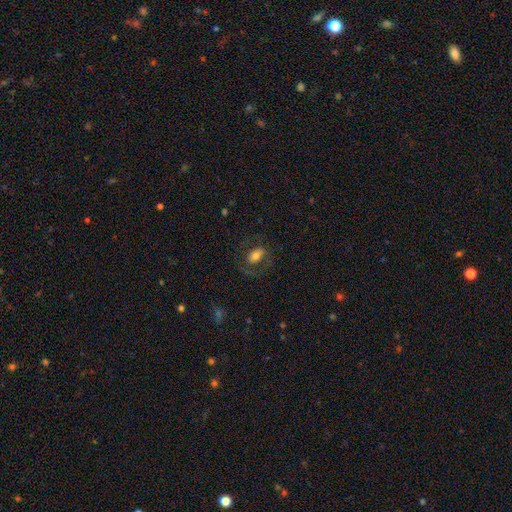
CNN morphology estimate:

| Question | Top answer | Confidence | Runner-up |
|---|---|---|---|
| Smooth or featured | smooth | 63% | featured or disk (28%) |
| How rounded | in between | 85% | round (13%) |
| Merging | none | 68% | major disturbance (16%) |